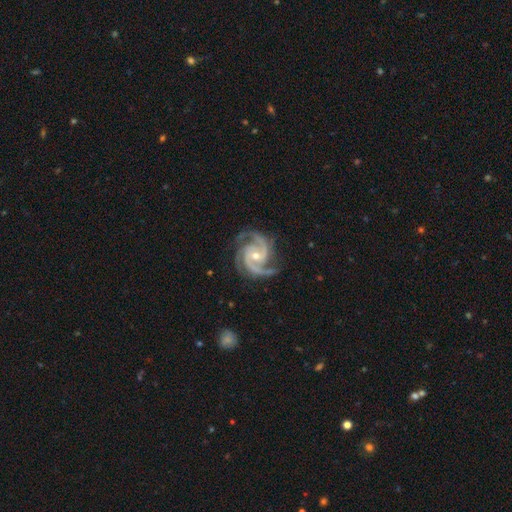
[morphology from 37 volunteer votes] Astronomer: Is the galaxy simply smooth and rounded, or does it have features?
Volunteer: featured or disk — 92%.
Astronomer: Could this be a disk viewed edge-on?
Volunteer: no — 100%.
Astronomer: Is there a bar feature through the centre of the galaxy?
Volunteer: no — 65%.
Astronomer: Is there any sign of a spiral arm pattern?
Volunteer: yes — 97%.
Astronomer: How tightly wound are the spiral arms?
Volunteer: medium — 52% (runner-up: tight, 45%).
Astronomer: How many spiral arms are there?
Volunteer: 2 — 55% (runner-up: 3, 45%).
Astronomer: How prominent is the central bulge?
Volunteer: small — 71%.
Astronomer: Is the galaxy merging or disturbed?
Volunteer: none — 83%.